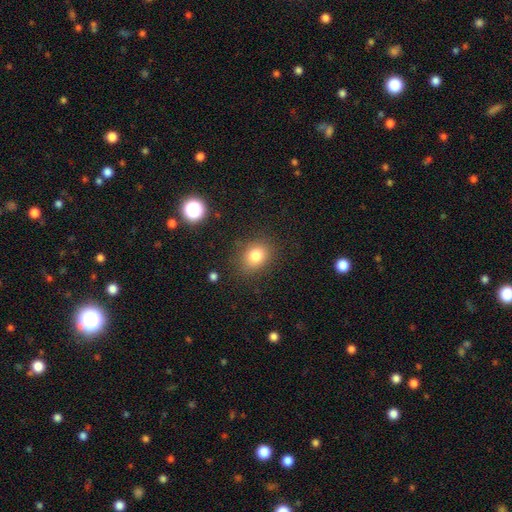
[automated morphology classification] smooth_or_featured: smooth (p=0.80) [alt: star or artifact p=0.12]
how_rounded: round (p=0.53) [alt: in between p=0.46]
merging: none (p=0.83) [alt: minor disturbance p=0.11]